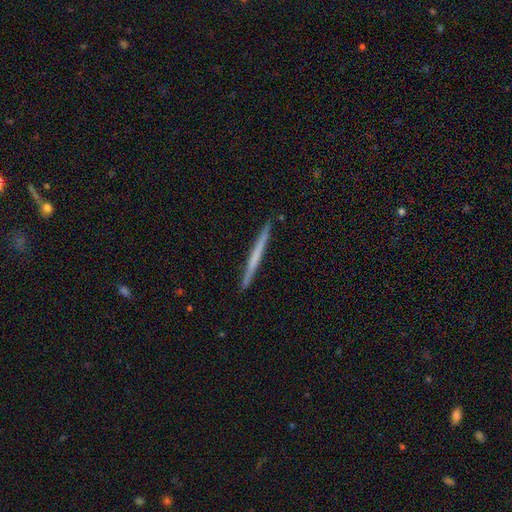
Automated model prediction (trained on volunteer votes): A smooth galaxy with no disk features (50%). Merging: none (92%).